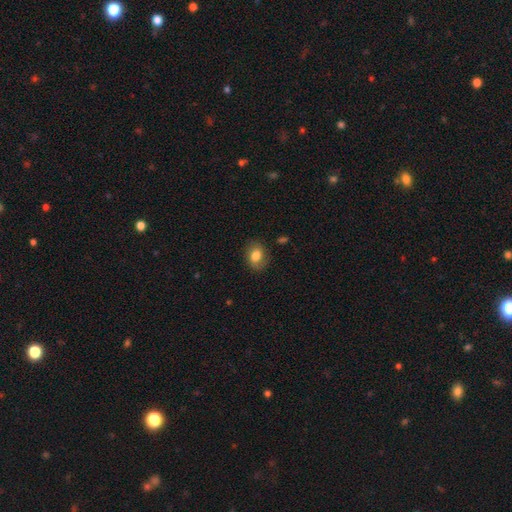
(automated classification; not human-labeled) Smooth or featured? Predicted: smooth (p=0.78). How rounded? Predicted: in between (p=0.64). Merging? Predicted: none (p=0.79).